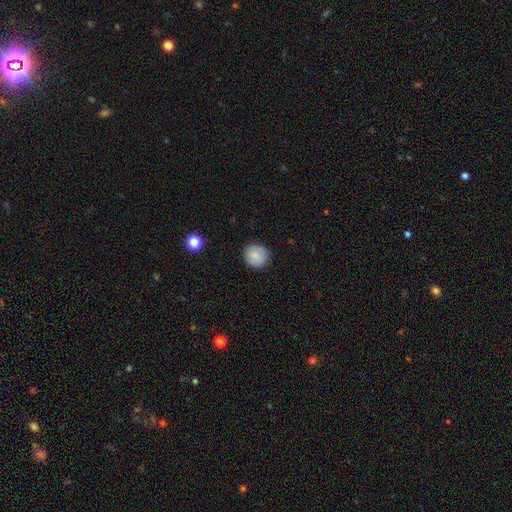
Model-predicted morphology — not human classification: Smooth or featured?
  - smooth: 82% *
  - featured or disk: 11%
  - star or artifact: 8%
How rounded?
  - round: 91% *
  - in between: 8%
  - cigar-shaped: 1%
Merging?
  - none: 89% *
  - minor disturbance: 8%
  - major disturbance: 2%
  - merger: 1%